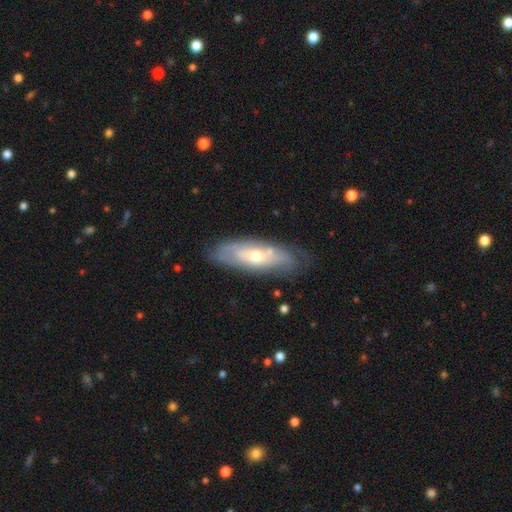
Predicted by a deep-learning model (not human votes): Smooth or featured? Predicted: featured or disk (p=0.60). Edge-on disk? Predicted: no (p=0.73). Merging? Predicted: none (p=0.74).